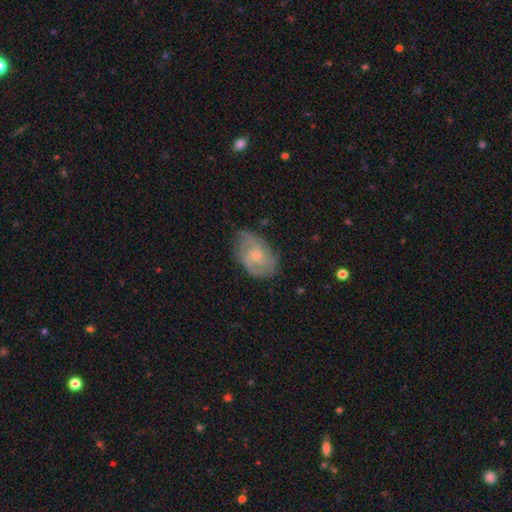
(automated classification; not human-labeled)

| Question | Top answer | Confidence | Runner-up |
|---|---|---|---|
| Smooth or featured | featured or disk | 75% | smooth (18%) |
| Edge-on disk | no | 97% | yes (3%) |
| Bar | no | 64% | weak (32%) |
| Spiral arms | yes | 93% | no (7%) |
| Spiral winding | medium | 46% | tight (35%) |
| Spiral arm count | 2 | 32% | 3 (27%) |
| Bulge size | small | 62% | moderate (28%) |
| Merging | none | 68% | minor disturbance (23%) |